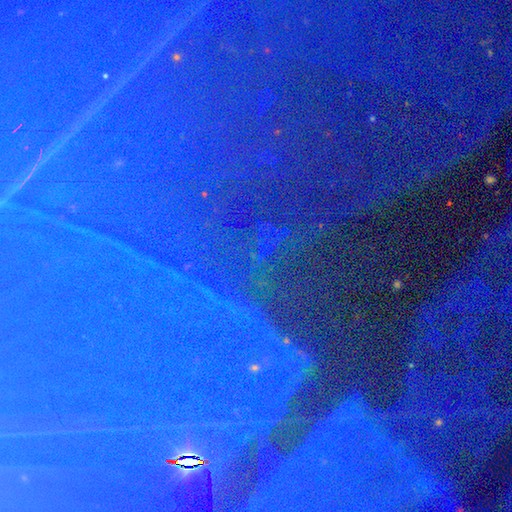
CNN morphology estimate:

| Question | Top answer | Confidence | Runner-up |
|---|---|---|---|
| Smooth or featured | star or artifact | 87% | featured or disk (7%) |